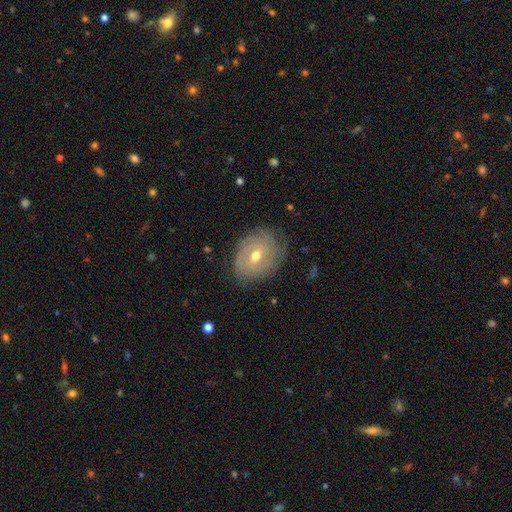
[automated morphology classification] smooth-or-featured: featured or disk: 69% | smooth: 23% | star or artifact: 8%
  disk-edge-on: no: 95% | yes: 5%
    bar: weak: 45% | no: 44% | strong: 12%
    has-spiral-arms: yes: 79% | no: 21%
      spiral-winding: tight: 72% | medium: 20% | loose: 8%
      spiral-arm-count: can't tell: 53% | 2: 18% | 3: 12% | 4: 7% | 1: 5% | more than 4: 4%
    bulge-size: moderate: 67% | small: 29% | large: 2% | none: 1% | dominant: 1%
  merging: none: 72% | minor disturbance: 20% | major disturbance: 7% | merger: 1%